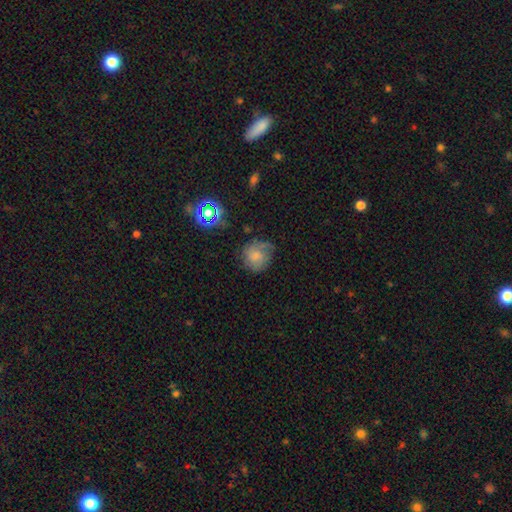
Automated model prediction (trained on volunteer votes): smooth_or_featured: smooth (p=0.60) [alt: featured or disk p=0.27]
how_rounded: round (p=0.82) [alt: in between p=0.17]
merging: none (p=0.55) [alt: minor disturbance p=0.29]